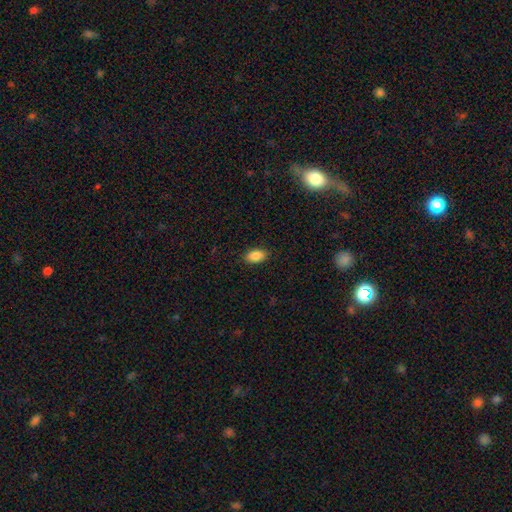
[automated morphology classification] A smooth galaxy with no disk features (87%) that is in between round and cigar-shaped (91%). Merging: none (88%).